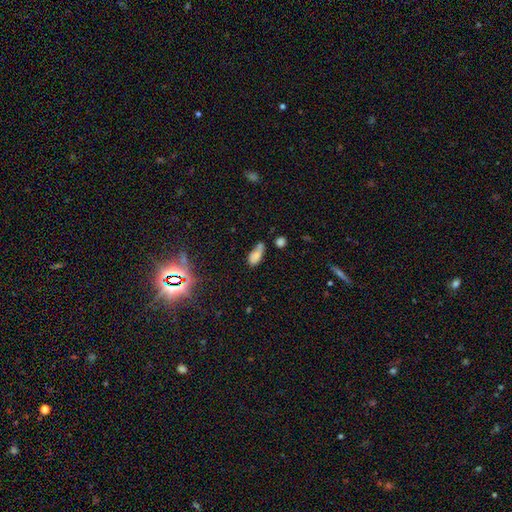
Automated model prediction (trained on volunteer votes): Overall: smooth (73%). How rounded: in between (85%). Merging: none (34%; minor disturbance 30%).